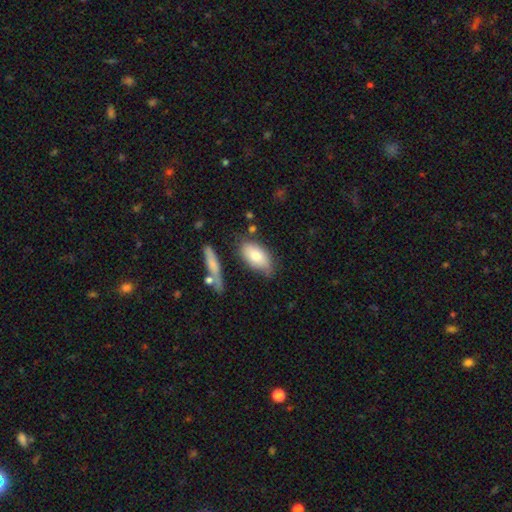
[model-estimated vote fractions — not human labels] A smooth galaxy with no disk features (79%) that is in between round and cigar-shaped (90%). Merging: none (62%).